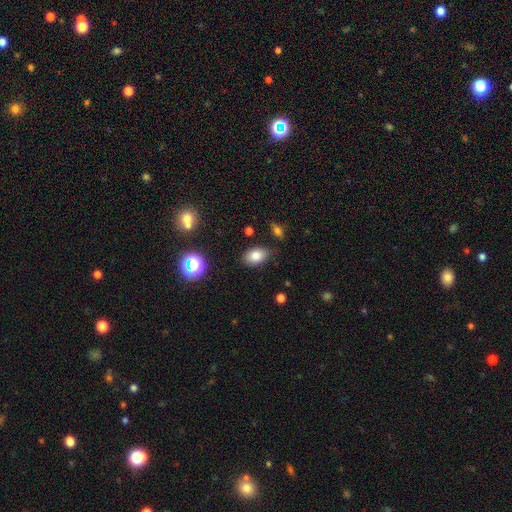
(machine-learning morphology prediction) type=smooth (80%); roundness=in between (87%); merging=none (82%).